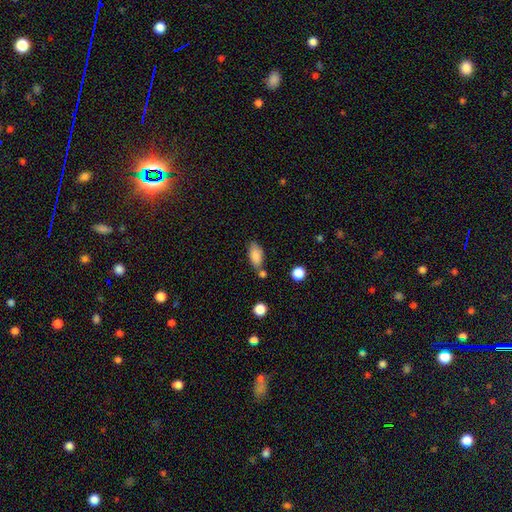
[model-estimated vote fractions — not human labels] Morphology: type=smooth (84%); roundness=in between (88%); merging=none (61%).